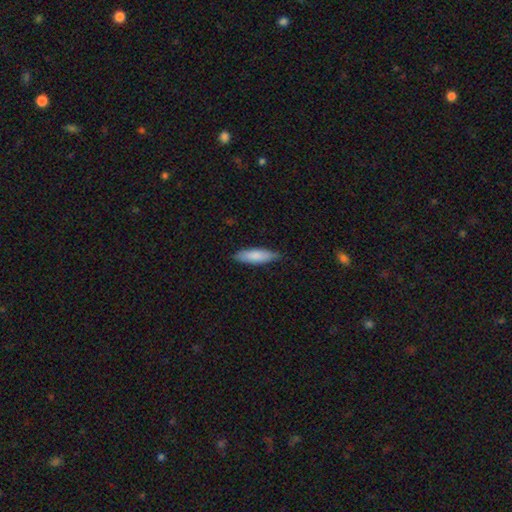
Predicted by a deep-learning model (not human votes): Overall: smooth (83%). How rounded: cigar-shaped (53%; in between 46%). Merging: none (81%).